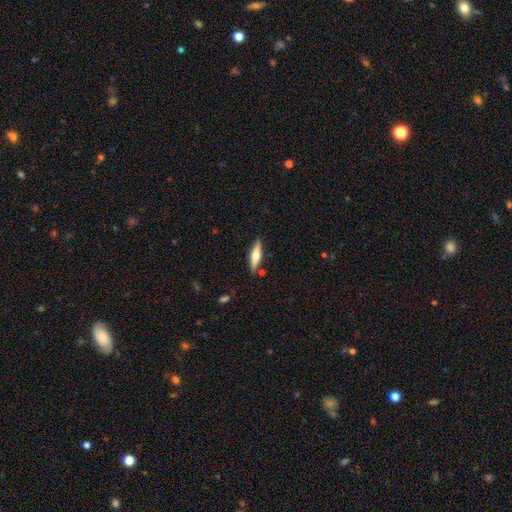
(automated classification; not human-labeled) Morphology: type=featured or disk (48%); merging=none (85%).